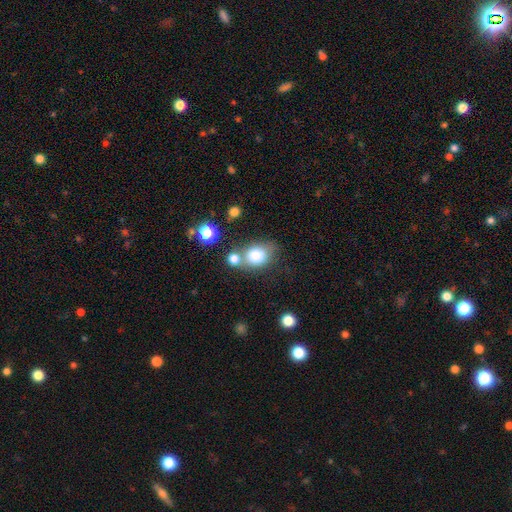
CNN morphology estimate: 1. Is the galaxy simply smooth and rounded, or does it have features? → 80% smooth, 10% star or artifact, 10% featured or disk.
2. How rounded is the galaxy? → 50% in between, 49% round, 1% cigar-shaped.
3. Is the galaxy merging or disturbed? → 50% none, 28% merger, 15% minor disturbance, 7% major disturbance.